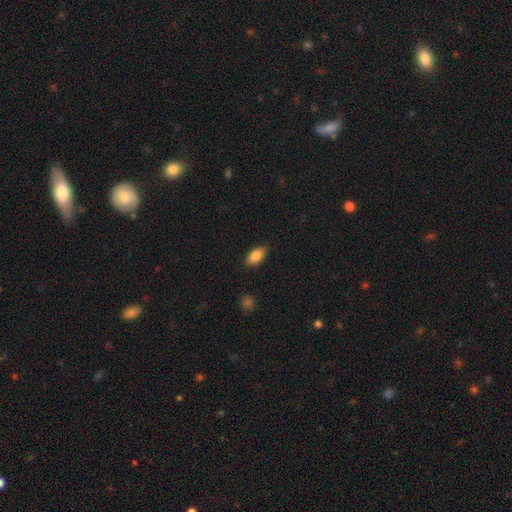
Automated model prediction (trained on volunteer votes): The model was most divided on "merging": none: 85%, minor disturbance: 11%, major disturbance: 2%, merger: 1%. More confident: how rounded — in between (90%); smooth or featured — smooth (85%).